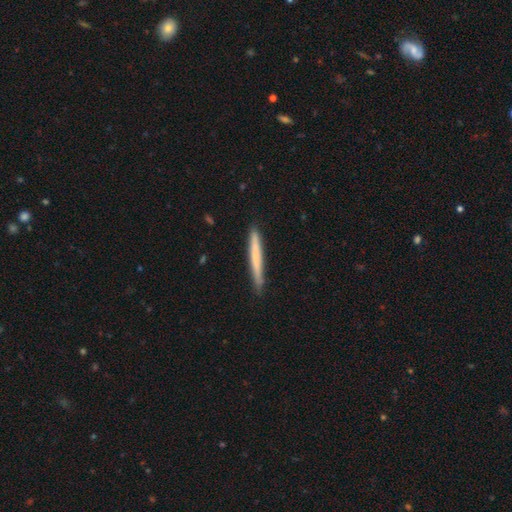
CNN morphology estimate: Smooth or featured?
  - smooth: 65% *
  - featured or disk: 30%
  - star or artifact: 6%
How rounded?
  - cigar-shaped: 97% *
  - in between: 2%
  - round: 1%
Merging?
  - none: 87% *
  - minor disturbance: 10%
  - major disturbance: 2%
  - merger: 1%